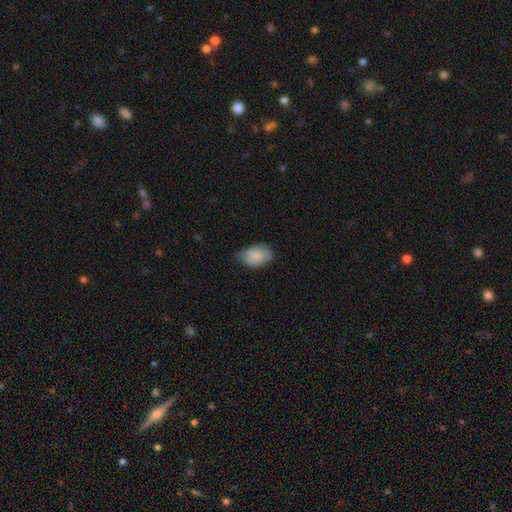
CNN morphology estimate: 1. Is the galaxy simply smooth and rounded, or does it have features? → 86% smooth, 8% featured or disk, 6% star or artifact.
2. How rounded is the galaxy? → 88% in between, 11% round, 1% cigar-shaped.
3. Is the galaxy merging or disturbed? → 64% none, 30% minor disturbance, 5% major disturbance, 1% merger.